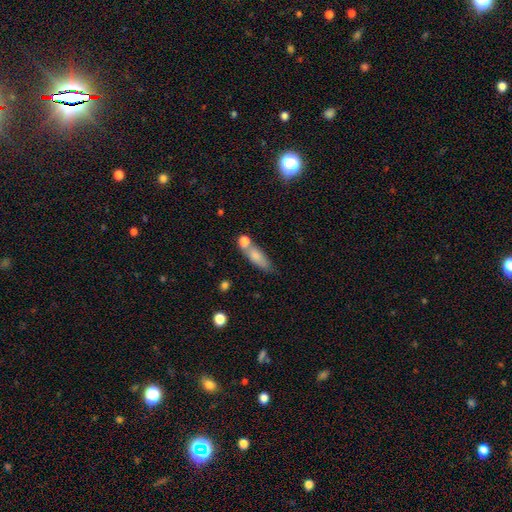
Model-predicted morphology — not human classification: Smooth or featured: smooth — 76% (featured or disk — 16%)
How rounded: in between — 57% (cigar-shaped — 39%)
Merging: none — 47% (merger — 28%)